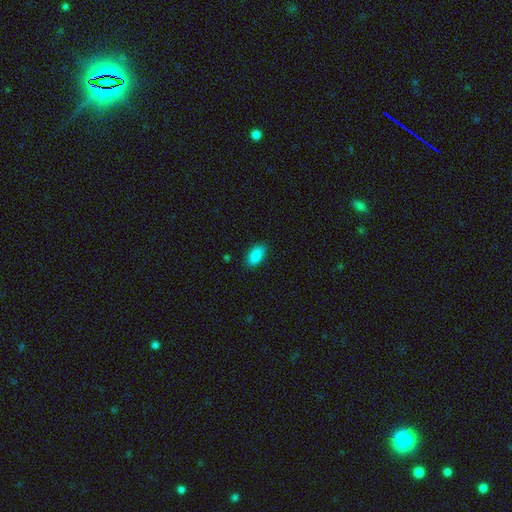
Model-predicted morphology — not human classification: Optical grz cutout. It shows a smooth galaxy with no disk features (89%) that is in between round and cigar-shaped (92%). Merging: none (86%).